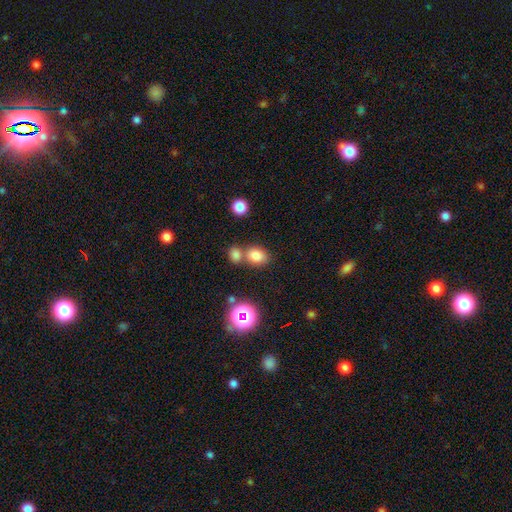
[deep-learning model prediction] A smooth galaxy with no disk features (78%) that is in between round and cigar-shaped (64%).

Vote fractions:
- Smooth or featured? smooth: 78% / star or artifact: 14% / featured or disk: 7%
- How rounded? in between: 64% / round: 35% / cigar-shaped: 1%
- Merging? none: 55% / merger: 31% / minor disturbance: 10% / major disturbance: 4%